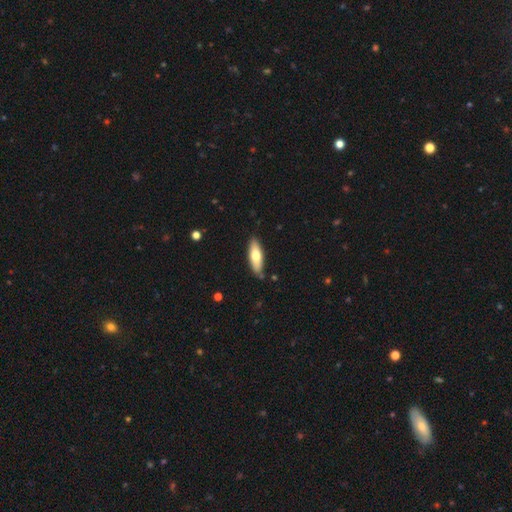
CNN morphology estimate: smooth_or_featured: smooth (p=0.67) [alt: featured or disk p=0.28]
how_rounded: in between (p=0.56) [alt: cigar-shaped p=0.42]
merging: none (p=0.85) [alt: minor disturbance p=0.11]